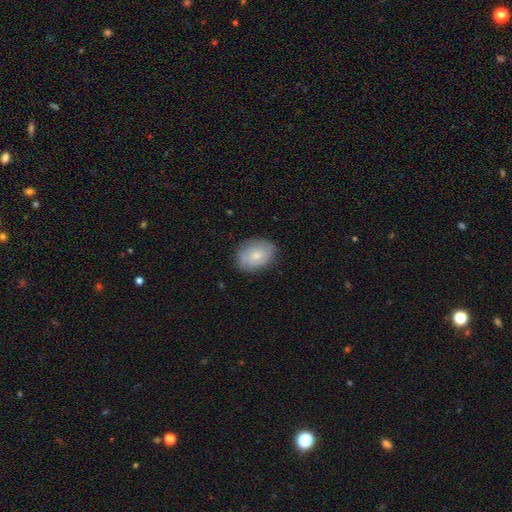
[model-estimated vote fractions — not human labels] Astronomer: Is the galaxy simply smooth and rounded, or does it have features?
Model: smooth — 51% (runner-up: featured or disk, 43%).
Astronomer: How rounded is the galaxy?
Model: in between — 72%.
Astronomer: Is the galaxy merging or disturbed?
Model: none — 77%.